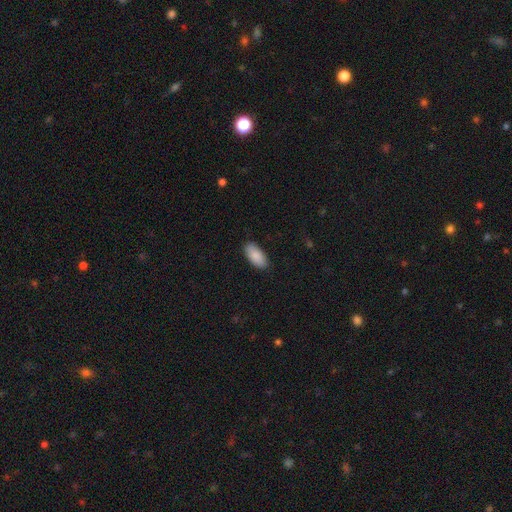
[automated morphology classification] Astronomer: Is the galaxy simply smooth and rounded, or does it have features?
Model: smooth — 89%.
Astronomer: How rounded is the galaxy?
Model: in between — 93%.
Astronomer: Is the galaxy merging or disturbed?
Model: none — 87%.